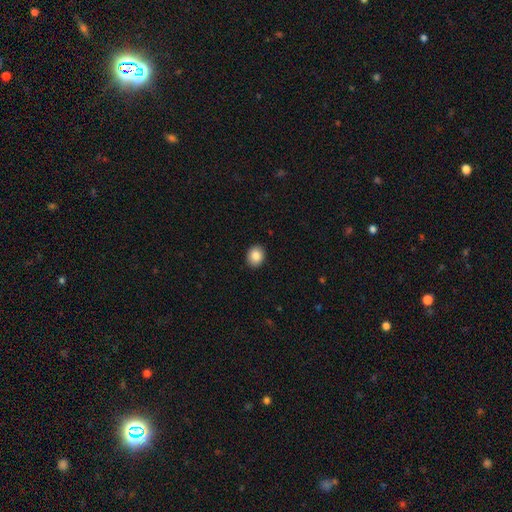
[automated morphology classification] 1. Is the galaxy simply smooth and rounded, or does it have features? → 88% smooth, 8% star or artifact, 4% featured or disk.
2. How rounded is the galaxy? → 55% round, 44% in between, 1% cigar-shaped.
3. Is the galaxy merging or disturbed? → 91% none, 6% minor disturbance, 2% major disturbance, 1% merger.